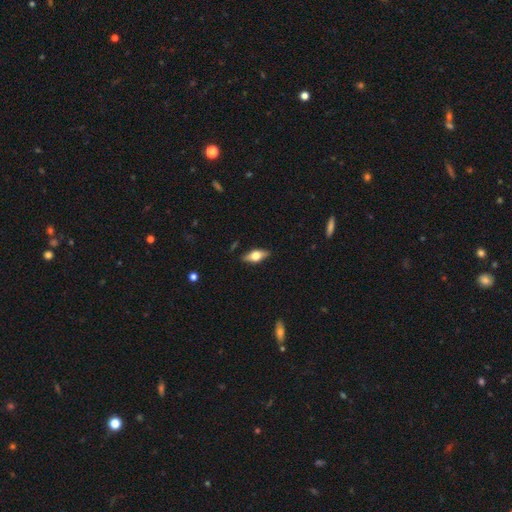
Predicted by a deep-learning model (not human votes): Smooth or featured? smooth (48%)
Merging? none (86%)